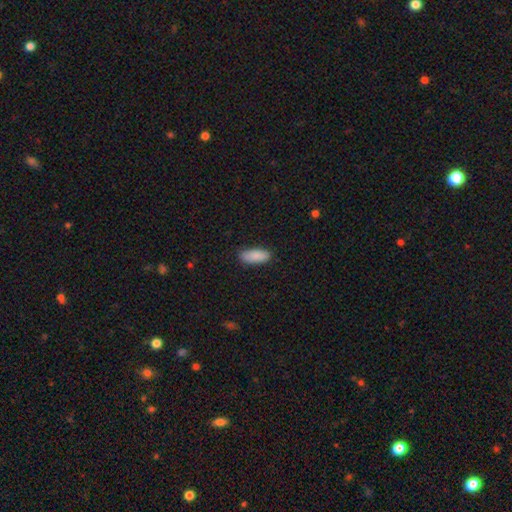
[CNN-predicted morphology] Smooth or featured: smooth — 89% (star or artifact — 6%)
How rounded: in between — 79% (cigar-shaped — 19%)
Merging: none — 85% (minor disturbance — 12%)